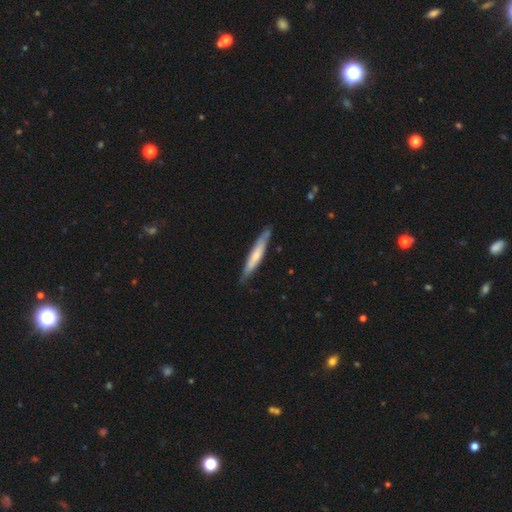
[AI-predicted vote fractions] This is possibly a smooth galaxy (56%). How rounded: clearly cigar-shaped (92%). Merging: clearly none (81%).